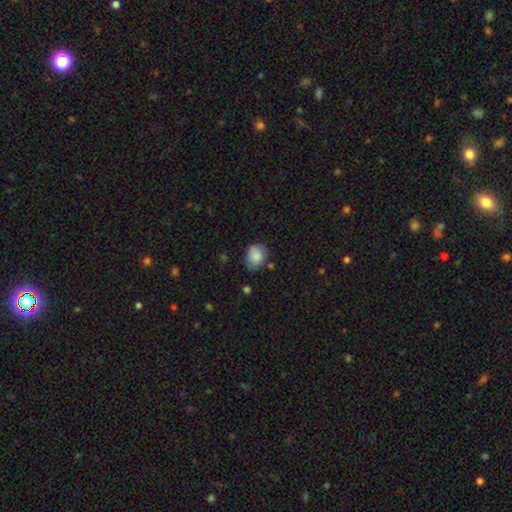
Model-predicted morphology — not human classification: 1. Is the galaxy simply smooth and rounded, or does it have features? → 85% smooth, 8% star or artifact, 8% featured or disk.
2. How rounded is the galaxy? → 53% round, 46% in between, 1% cigar-shaped.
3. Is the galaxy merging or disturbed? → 67% none, 25% minor disturbance, 5% major disturbance, 3% merger.